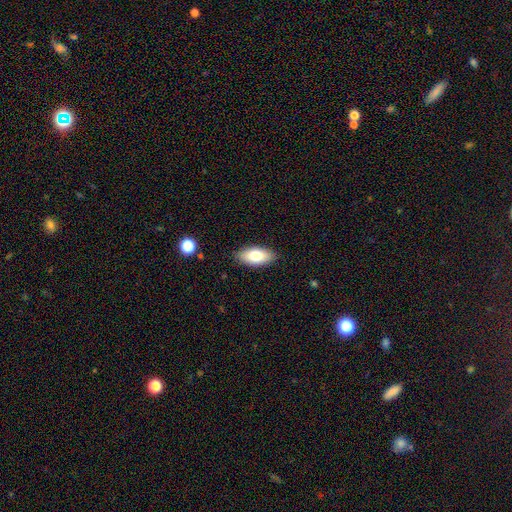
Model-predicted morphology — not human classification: The model was most divided on "smooth or featured": smooth: 77%, featured or disk: 16%, star or artifact: 7%. More confident: how rounded — in between (89%); merging — none (87%).